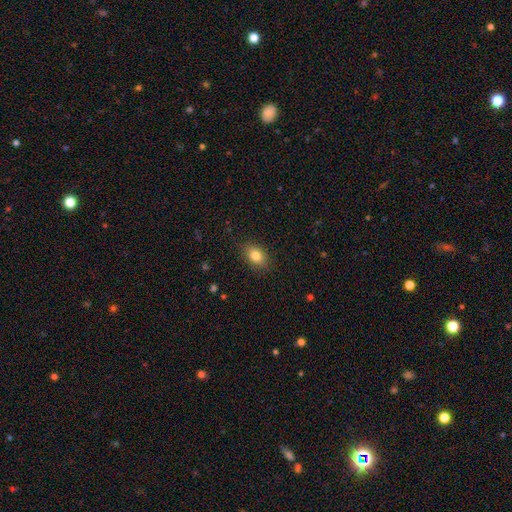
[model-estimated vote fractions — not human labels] smooth_or_featured: smooth (p=0.83) [alt: star or artifact p=0.09]
how_rounded: in between (p=0.79) [alt: round p=0.19]
merging: none (p=0.87) [alt: minor disturbance p=0.10]